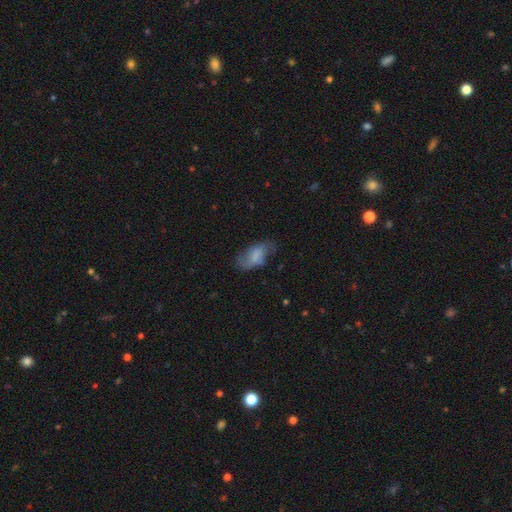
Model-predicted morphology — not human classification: A smooth galaxy with no disk features (67%) that is in between round and cigar-shaped (91%). Merging: none (50%).